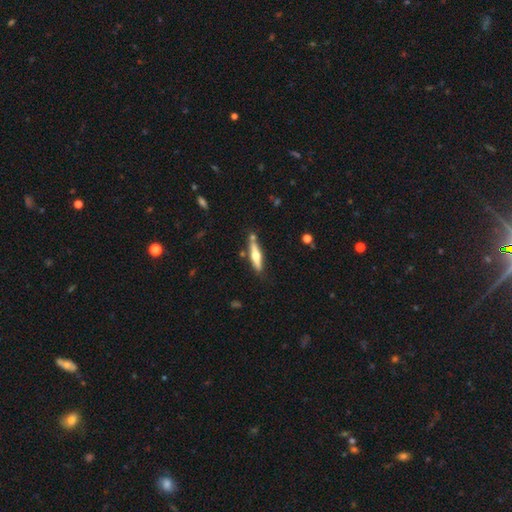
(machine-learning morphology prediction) smooth_or_featured: featured or disk (p=0.56) [alt: smooth p=0.39]
disk_edge_on: yes (p=0.94) [alt: no p=0.06]
edge_on_bulge: rounded (p=0.91) [alt: none p=0.05]
merging: none (p=0.78) [alt: minor disturbance p=0.13]